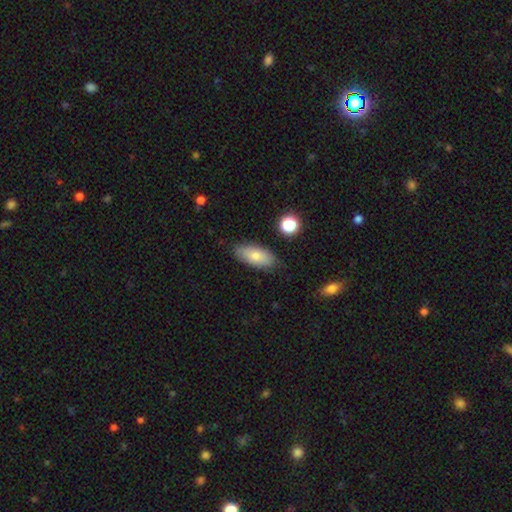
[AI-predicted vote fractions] The model was most divided on "smooth or featured": smooth: 75%, featured or disk: 17%, star or artifact: 7%. More confident: how rounded — in between (88%); merging — none (84%).